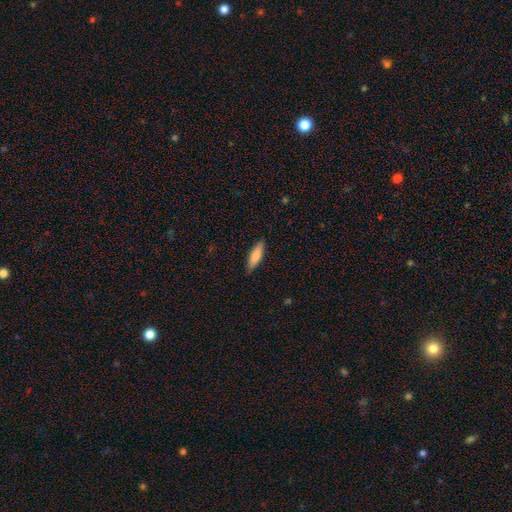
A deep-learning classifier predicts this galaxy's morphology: This appears to be a smooth galaxy with no disk features (81%) that is cigar-shaped (60%). Merging: none (86%).